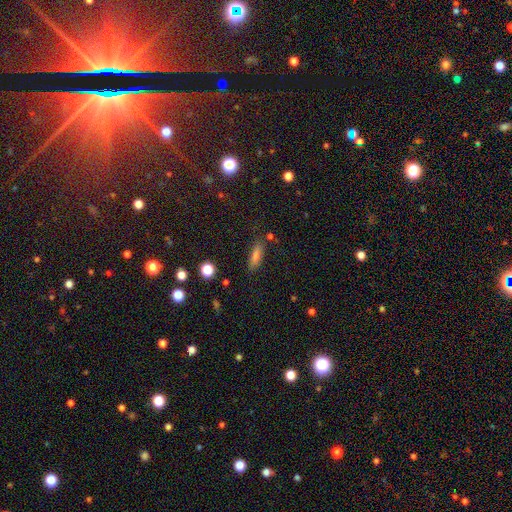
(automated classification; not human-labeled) smooth-or-featured: smooth: 69% | featured or disk: 16% | star or artifact: 15%
  how-rounded: cigar-shaped: 59% | in between: 37% | round: 4%
  merging: none: 81% | minor disturbance: 13% | major disturbance: 4% | merger: 3%